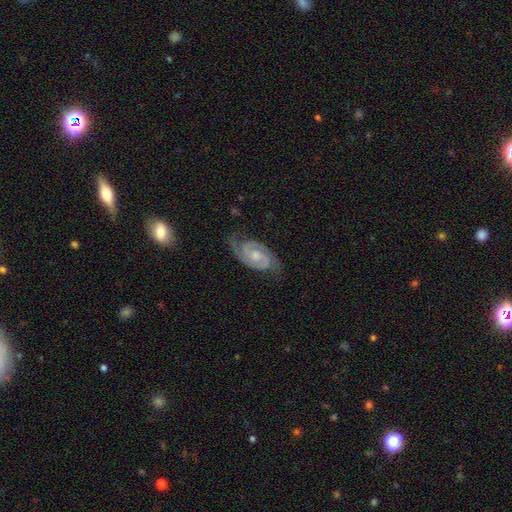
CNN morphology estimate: Smooth or featured? Predicted: featured or disk (p=0.90). Edge-on disk? Predicted: no (p=0.97). Bar? Predicted: no (p=0.56). Spiral arms? Predicted: yes (p=0.98). Spiral winding? Predicted: tight (p=0.56). Spiral arm count? Predicted: 2 (p=0.91). Bulge size? Predicted: moderate (p=0.49). Merging? Predicted: none (p=0.76).